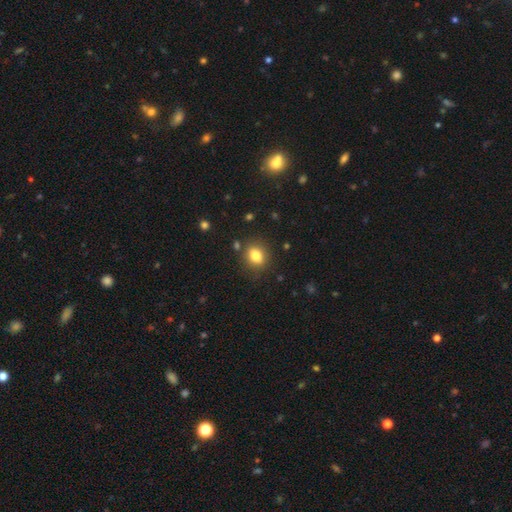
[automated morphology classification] A smooth galaxy with no disk features (81%) that is in between round and cigar-shaped (53%).

Vote fractions:
- Smooth or featured? smooth: 81% / star or artifact: 10% / featured or disk: 8%
- How rounded? in between: 53% / round: 46% / cigar-shaped: 1%
- Merging? none: 83% / minor disturbance: 10% / merger: 3% / major disturbance: 3%